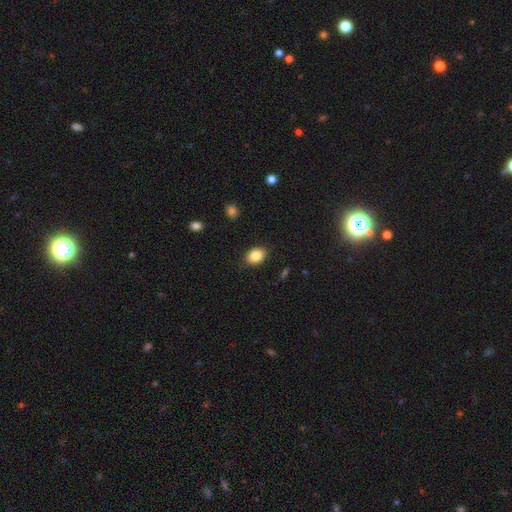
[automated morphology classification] smooth_or_featured: smooth (p=0.85) [alt: star or artifact p=0.08]
how_rounded: in between (p=0.73) [alt: round p=0.25]
merging: none (p=0.85) [alt: minor disturbance p=0.11]